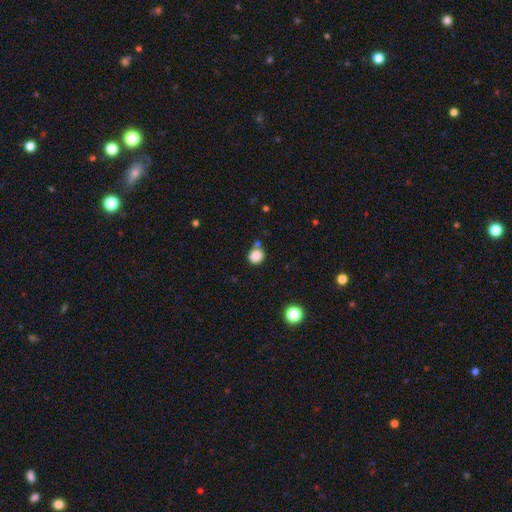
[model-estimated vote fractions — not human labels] A smooth galaxy with no disk features (85%) that is round (79%).

Vote fractions:
- Smooth or featured? smooth: 85% / star or artifact: 11% / featured or disk: 4%
- How rounded? round: 79% / in between: 20% / cigar-shaped: 1%
- Merging? none: 69% / merger: 14% / minor disturbance: 13% / major disturbance: 4%